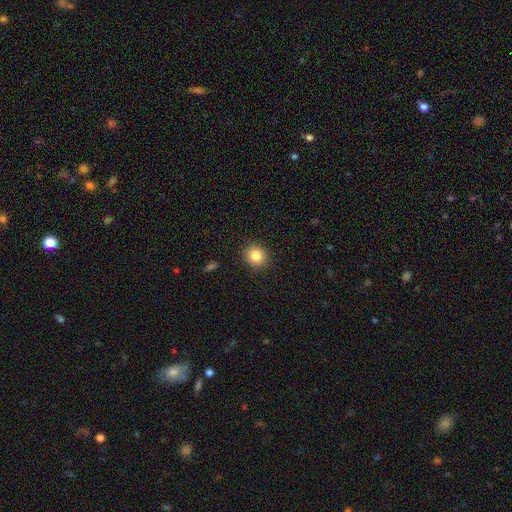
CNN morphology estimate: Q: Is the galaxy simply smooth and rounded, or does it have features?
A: smooth — 84%.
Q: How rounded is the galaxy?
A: round — 81%.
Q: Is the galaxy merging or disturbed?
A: none — 90%.